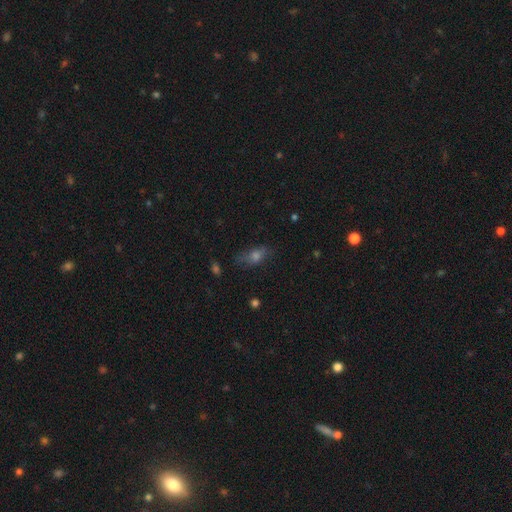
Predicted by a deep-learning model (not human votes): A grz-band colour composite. It shows a smooth galaxy with no disk features (52%) that is in between round and cigar-shaped (68%). Merging: none (70%).